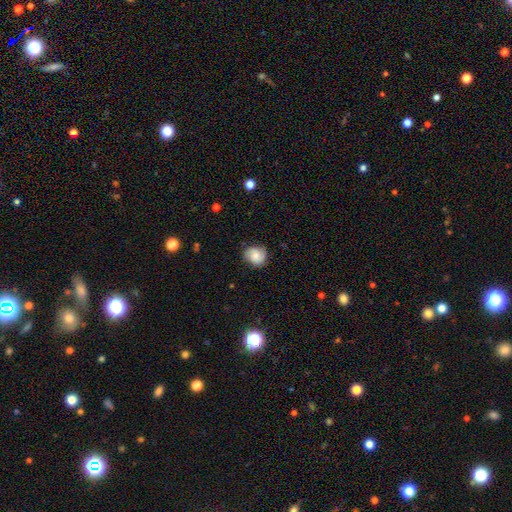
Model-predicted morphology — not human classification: This is likely a smooth galaxy (64%). How rounded: likely round (75%). Merging: likely none (74%).